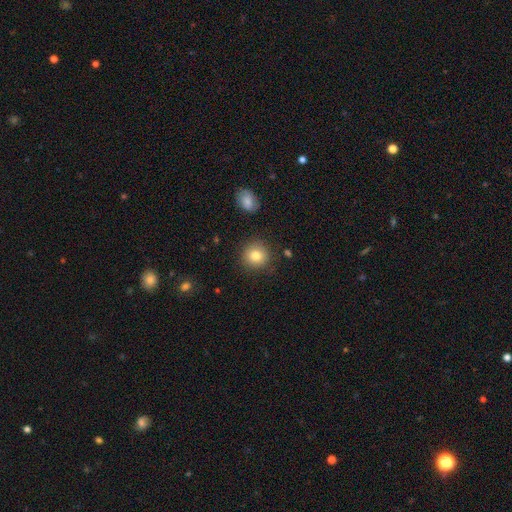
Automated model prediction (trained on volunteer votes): Smooth or featured?
  - smooth: 82% *
  - star or artifact: 10%
  - featured or disk: 8%
How rounded?
  - round: 91% *
  - in between: 8%
  - cigar-shaped: 1%
Merging?
  - none: 88% *
  - minor disturbance: 8%
  - major disturbance: 3%
  - merger: 2%